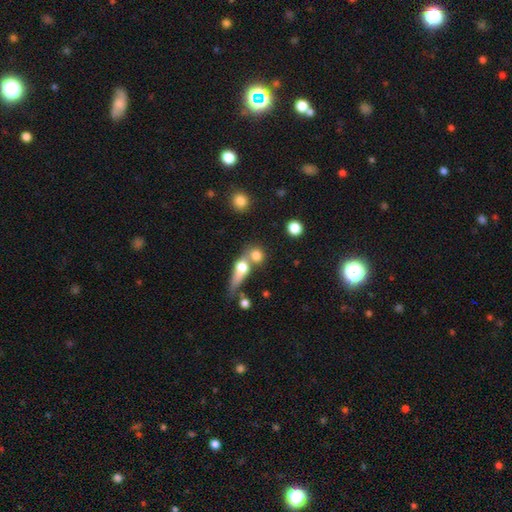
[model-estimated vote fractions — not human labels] Morphology: type=smooth (73%); roundness=round (64%); merging=merger (53%).